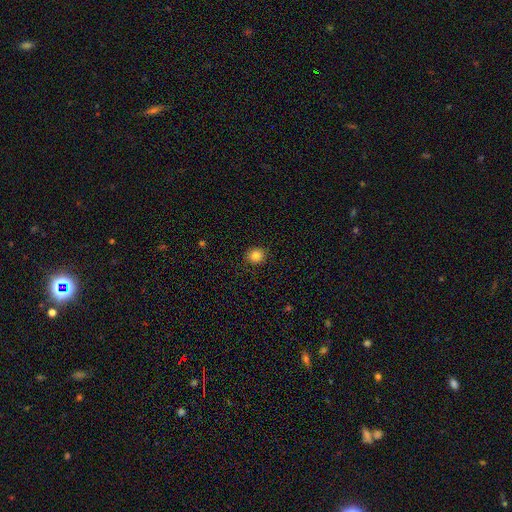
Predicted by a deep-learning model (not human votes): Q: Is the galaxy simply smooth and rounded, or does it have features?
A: smooth — 84%.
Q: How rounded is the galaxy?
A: round — 84%.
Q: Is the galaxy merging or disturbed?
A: none — 89%.